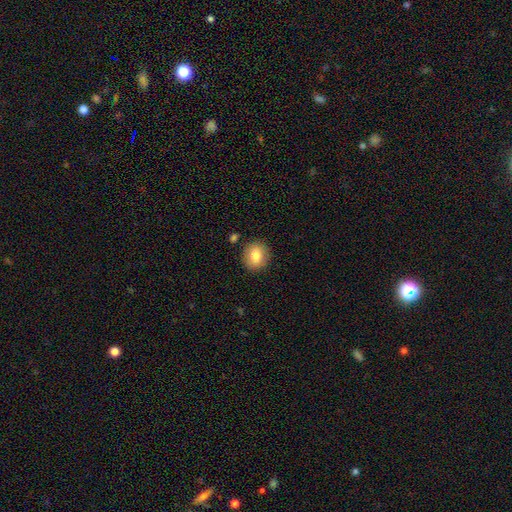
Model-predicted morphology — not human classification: Smooth or featured? smooth (80%)
How rounded? round (79%)
Merging? none (88%)